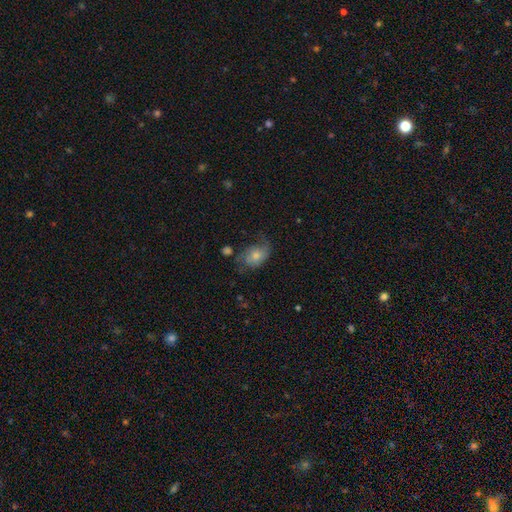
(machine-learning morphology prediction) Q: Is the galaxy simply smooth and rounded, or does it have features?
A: smooth — 53%.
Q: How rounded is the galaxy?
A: in between — 74%.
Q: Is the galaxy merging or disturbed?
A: none — 44%.